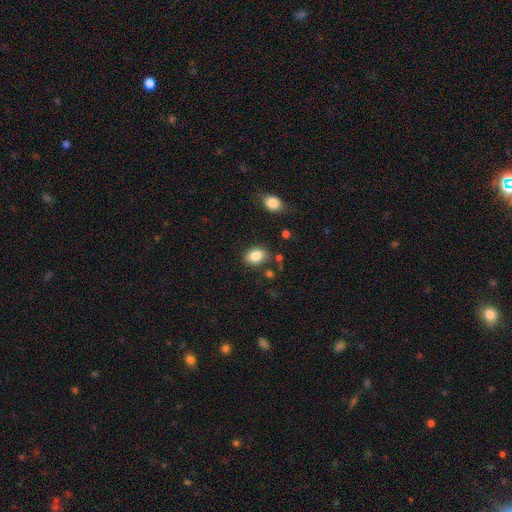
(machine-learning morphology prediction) The model was most divided on "how rounded": in between: 75%, round: 24%, cigar-shaped: 1%. More confident: smooth or featured — smooth (85%); merging — none (78%).